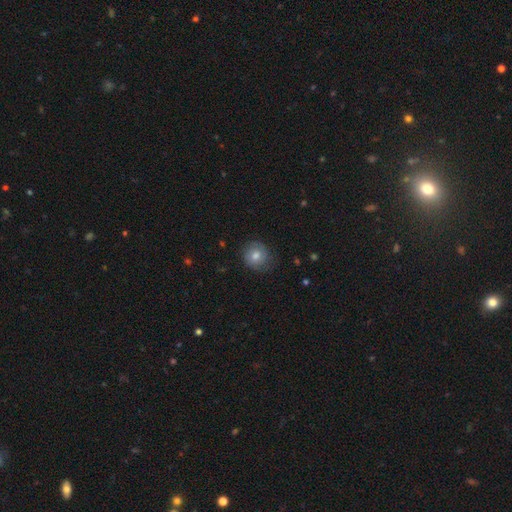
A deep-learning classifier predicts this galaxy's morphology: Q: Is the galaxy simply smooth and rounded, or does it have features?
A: smooth — 72%.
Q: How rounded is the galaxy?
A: round — 87%.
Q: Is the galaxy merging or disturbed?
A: none — 75%.